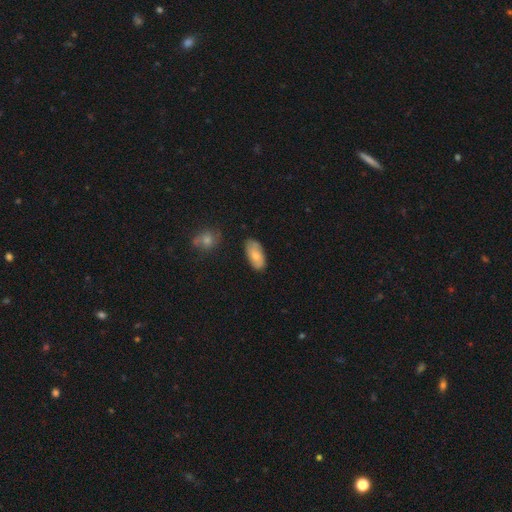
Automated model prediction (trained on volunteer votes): Smooth or featured: smooth — 72% (featured or disk — 22%)
How rounded: in between — 92% (cigar-shaped — 5%)
Merging: none — 78% (minor disturbance — 17%)